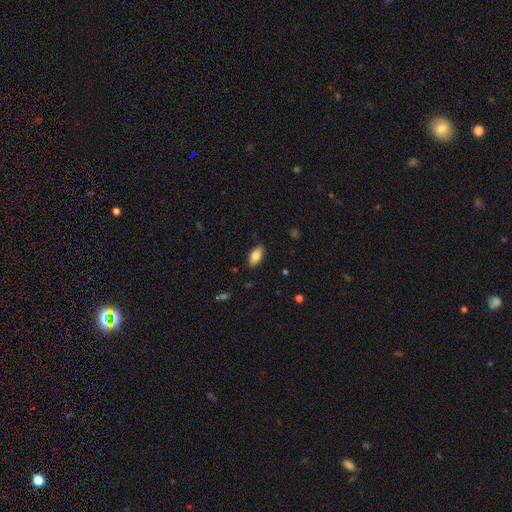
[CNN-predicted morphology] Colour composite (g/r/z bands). It shows a smooth galaxy with no disk features (82%) that is in between round and cigar-shaped (91%). Merging: none (88%).